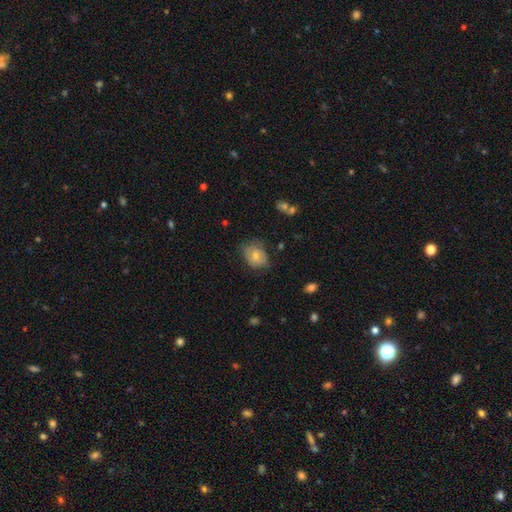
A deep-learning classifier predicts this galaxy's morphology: Smooth or featured: smooth — 58% (featured or disk — 29%)
How rounded: in between — 52% (round — 47%)
Merging: none — 71% (minor disturbance — 21%)